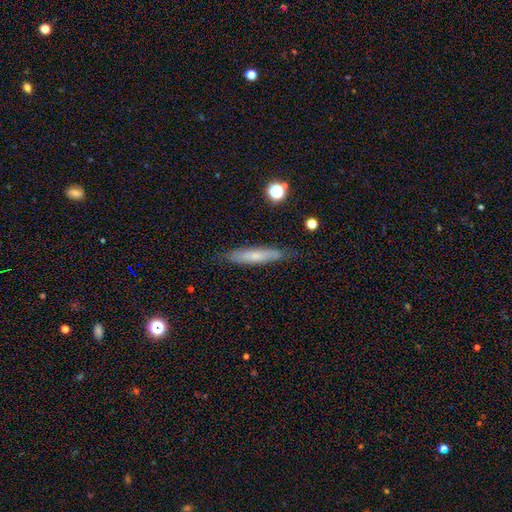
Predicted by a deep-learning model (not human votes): A smooth galaxy with no disk features (56%) that is cigar-shaped (88%).

Vote fractions:
- Smooth or featured? smooth: 56% / featured or disk: 37% / star or artifact: 7%
- How rounded? cigar-shaped: 88% / in between: 10% / round: 2%
- Merging? none: 81% / minor disturbance: 15% / major disturbance: 3% / merger: 1%